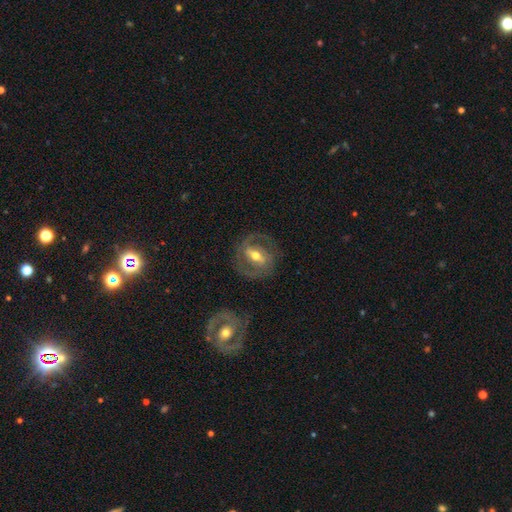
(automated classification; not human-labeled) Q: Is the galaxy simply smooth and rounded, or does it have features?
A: featured or disk — 82%.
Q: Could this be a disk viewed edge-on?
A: no — 95%.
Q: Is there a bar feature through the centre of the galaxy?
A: strong — 55%.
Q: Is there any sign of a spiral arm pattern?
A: yes — 88%.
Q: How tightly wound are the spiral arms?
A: medium — 47%.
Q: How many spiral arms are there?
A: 2 — 86%.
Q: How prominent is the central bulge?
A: moderate — 72%.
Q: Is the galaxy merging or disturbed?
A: none — 78%.